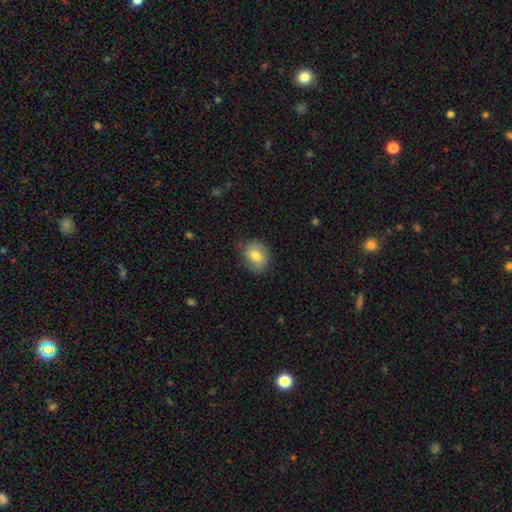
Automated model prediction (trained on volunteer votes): smooth 74%, featured or disk 18%, star or artifact 8%. Down the decision tree: how rounded — in between (54%); merging — none (77%).